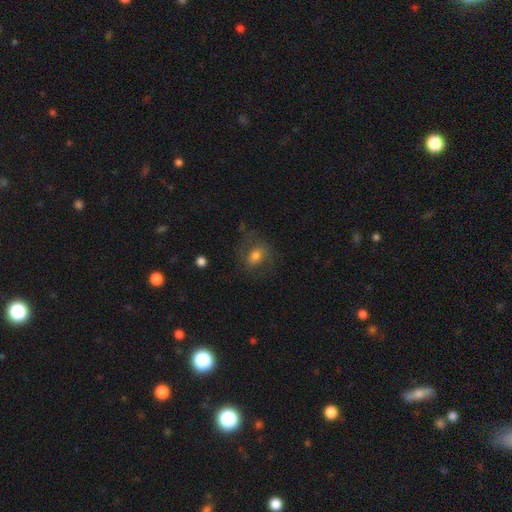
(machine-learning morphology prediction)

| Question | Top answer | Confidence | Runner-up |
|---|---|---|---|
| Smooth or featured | smooth | 56% | featured or disk (34%) |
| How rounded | round | 50% | in between (49%) |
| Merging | none | 62% | minor disturbance (20%) |